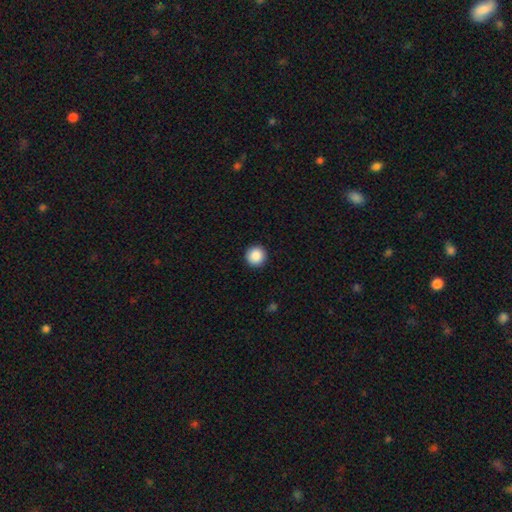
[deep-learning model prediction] A smooth galaxy with no disk features (88%) that is round (96%). Merging: none (93%).